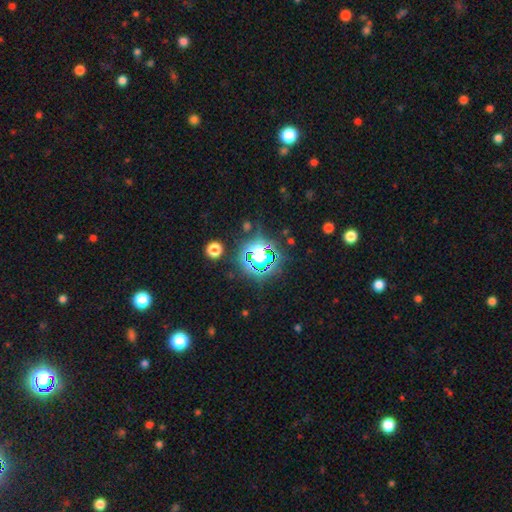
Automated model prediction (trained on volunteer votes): A star or artifact, not a galaxy (69%).